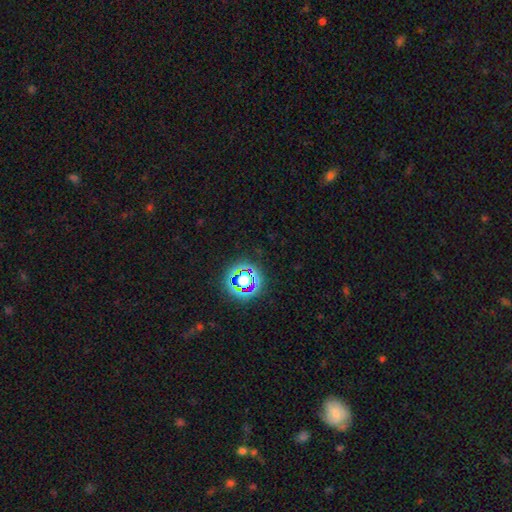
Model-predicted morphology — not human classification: A star or artifact, not a galaxy (76%).

Vote fractions:
- Smooth or featured? star or artifact: 76% / smooth: 16% / featured or disk: 9%